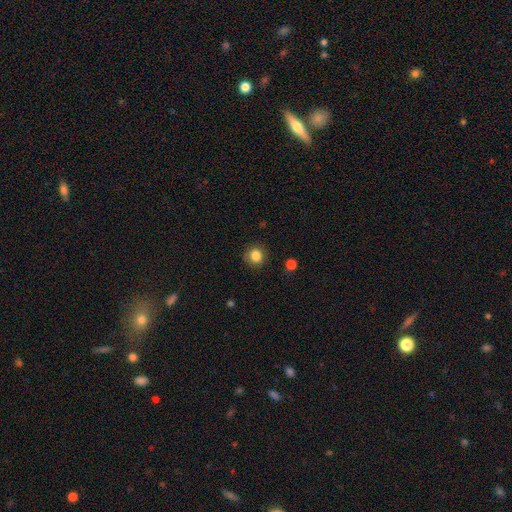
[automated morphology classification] Smooth or featured? Predicted: smooth (p=0.84). How rounded? Predicted: round (p=0.84). Merging? Predicted: none (p=0.86).